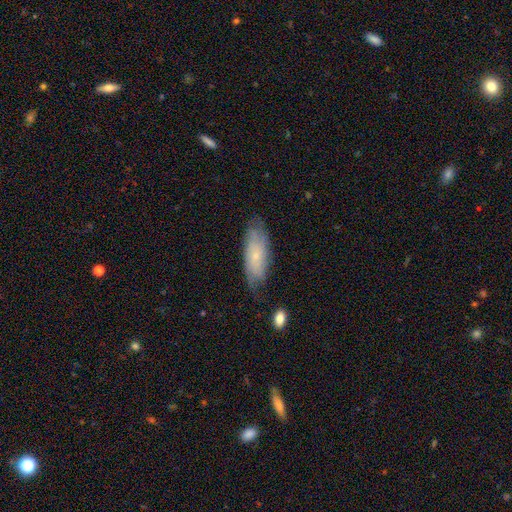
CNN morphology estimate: Smooth or featured: smooth — 49% (featured or disk — 44%)
Merging: none — 71% (minor disturbance — 22%)